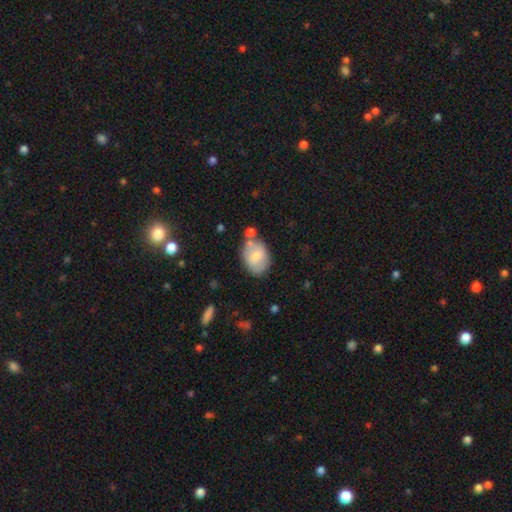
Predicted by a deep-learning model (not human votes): Morphology: type=smooth (72%); roundness=in between (79%); merging=none (65%).